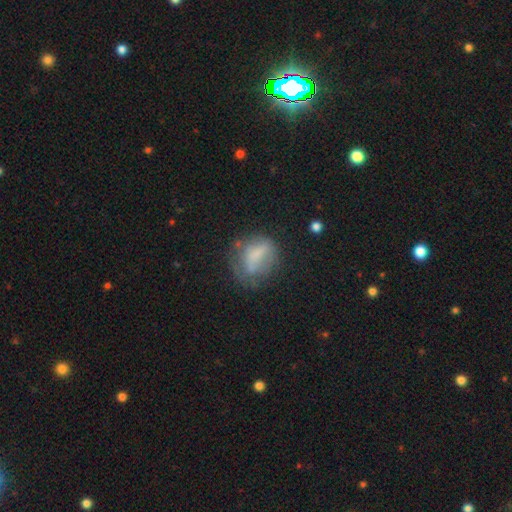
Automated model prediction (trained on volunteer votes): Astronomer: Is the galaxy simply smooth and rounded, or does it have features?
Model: smooth — 59%.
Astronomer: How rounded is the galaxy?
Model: in between — 50% (runner-up: round, 46%).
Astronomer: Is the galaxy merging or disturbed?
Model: none — 45% (runner-up: minor disturbance, 28%).